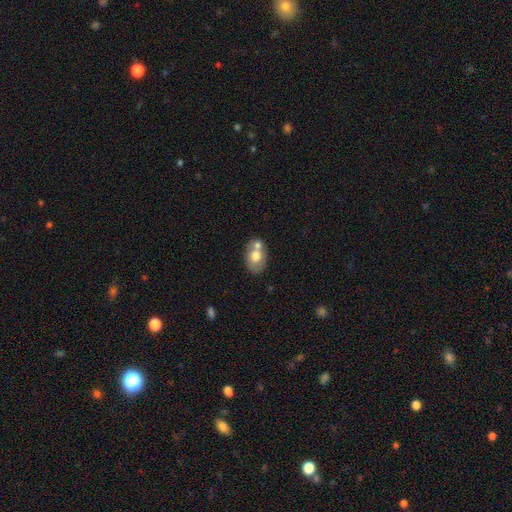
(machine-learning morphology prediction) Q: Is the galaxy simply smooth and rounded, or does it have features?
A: smooth — 68%.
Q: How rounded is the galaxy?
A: in between — 76%.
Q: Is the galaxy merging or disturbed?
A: none — 41%.